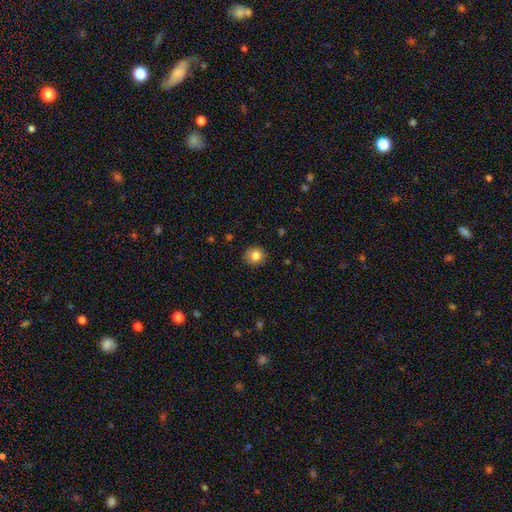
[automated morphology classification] Smooth or featured? Predicted: smooth (p=0.83). How rounded? Predicted: round (p=0.85). Merging? Predicted: none (p=0.89).